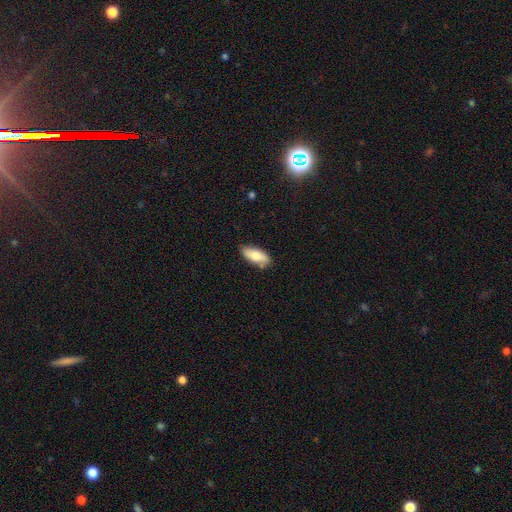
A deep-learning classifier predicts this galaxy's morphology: Smooth or featured: smooth — 73% (featured or disk — 21%)
How rounded: in between — 83% (cigar-shaped — 14%)
Merging: none — 78% (minor disturbance — 16%)